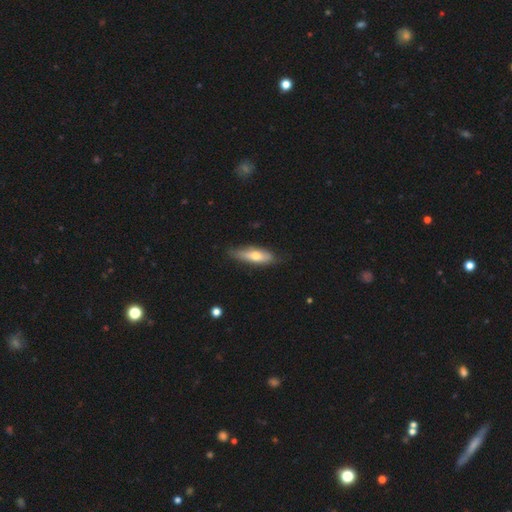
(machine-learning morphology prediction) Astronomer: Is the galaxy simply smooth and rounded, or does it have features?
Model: smooth — 60%.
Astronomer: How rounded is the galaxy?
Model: cigar-shaped — 52% (runner-up: in between, 46%).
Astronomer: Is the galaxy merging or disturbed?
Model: none — 72%.